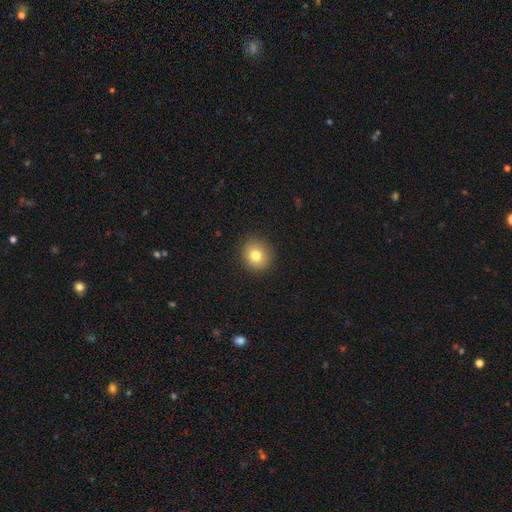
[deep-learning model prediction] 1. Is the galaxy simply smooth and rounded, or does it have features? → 78% smooth, 11% star or artifact, 10% featured or disk.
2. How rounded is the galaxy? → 84% round, 15% in between, 1% cigar-shaped.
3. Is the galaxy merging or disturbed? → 89% none, 7% minor disturbance, 2% major disturbance, 1% merger.